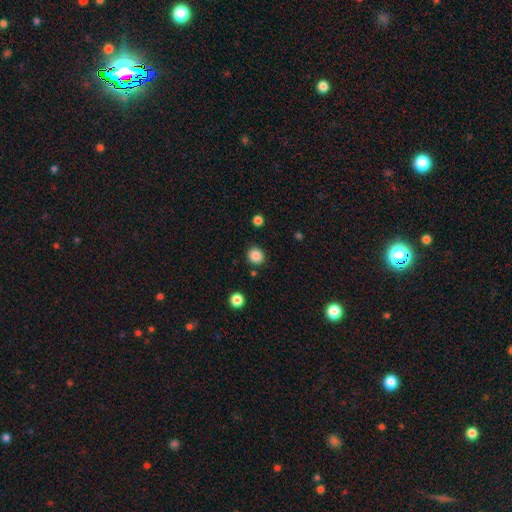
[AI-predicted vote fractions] Smooth or featured? smooth (86%)
How rounded? round (86%)
Merging? none (88%)